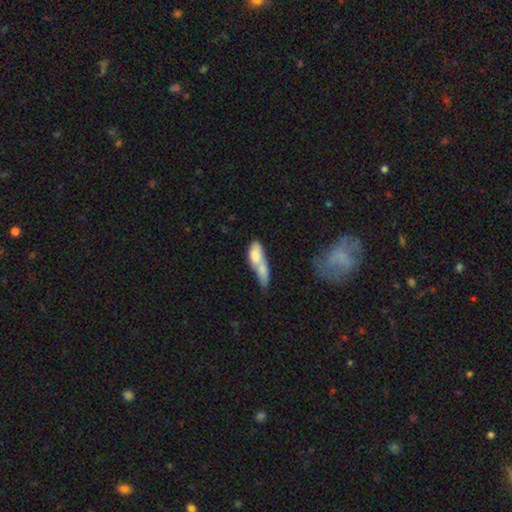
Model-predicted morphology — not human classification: A smooth galaxy with no disk features (70%) that is in between round and cigar-shaped (65%).

Vote fractions:
- Smooth or featured? smooth: 70% / featured or disk: 23% / star or artifact: 7%
- How rounded? in between: 65% / cigar-shaped: 30% / round: 5%
- Merging? merger: 66% / none: 16% / minor disturbance: 10% / major disturbance: 8%